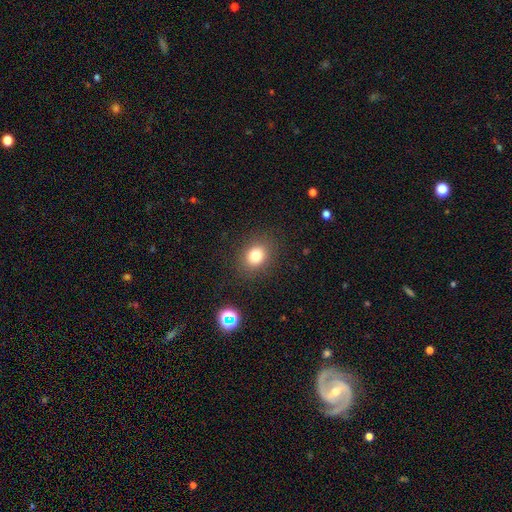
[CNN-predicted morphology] Smooth or featured? smooth (79%)
How rounded? round (58%)
Merging? none (86%)